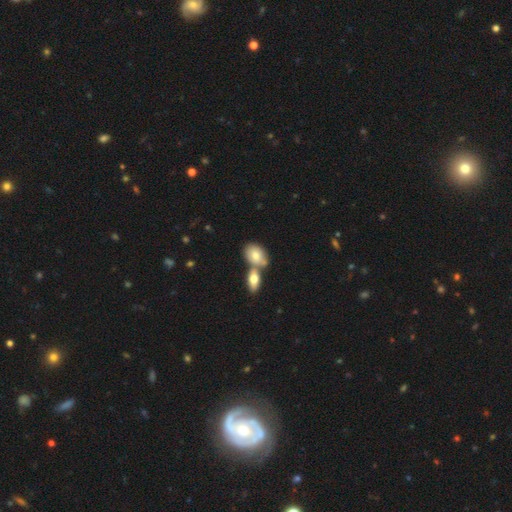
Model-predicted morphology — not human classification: A smooth galaxy with no disk features (77%) that is in between round and cigar-shaped (83%). Merging: merger (49%).